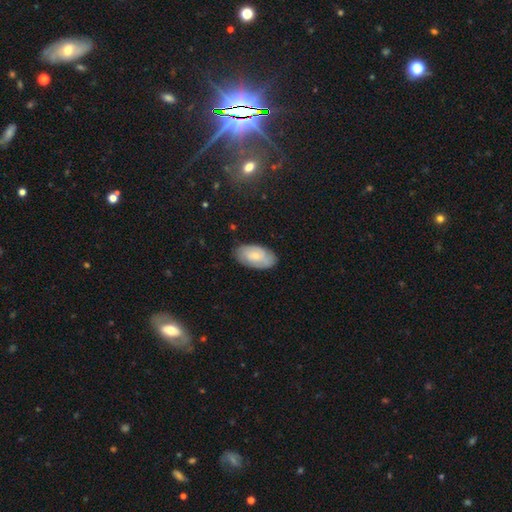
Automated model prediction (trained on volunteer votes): The model was most divided on "smooth or featured": smooth: 53%, featured or disk: 40%, star or artifact: 7%. More confident: how rounded — in between (94%); merging — none (79%).